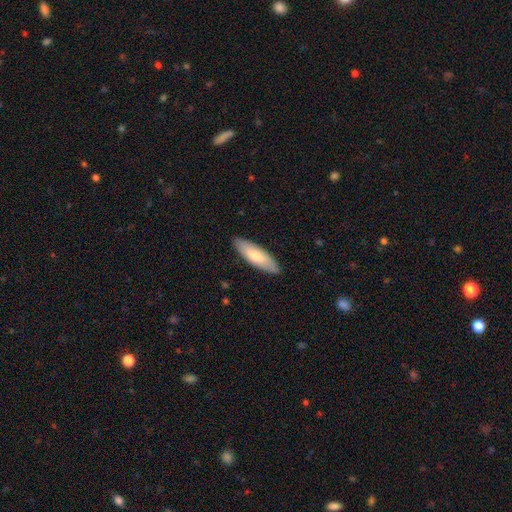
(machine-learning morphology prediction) Overall: smooth (73%). How rounded: in between (56%; cigar-shaped 42%). Merging: none (87%).